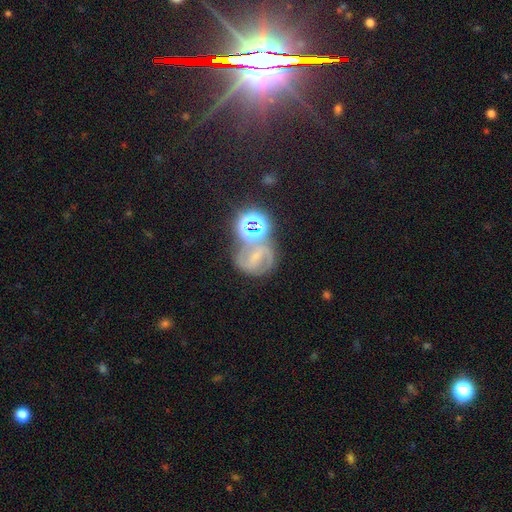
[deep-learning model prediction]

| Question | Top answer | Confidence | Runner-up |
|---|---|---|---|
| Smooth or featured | featured or disk | 61% | star or artifact (22%) |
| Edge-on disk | no | 97% | yes (3%) |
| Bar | weak | 41% | strong (37%) |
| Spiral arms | yes | 89% | no (11%) |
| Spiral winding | medium | 52% | tight (33%) |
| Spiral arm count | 2 | 76% | can't tell (11%) |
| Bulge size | small | 61% | moderate (22%) |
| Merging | none | 58% | minor disturbance (17%) |